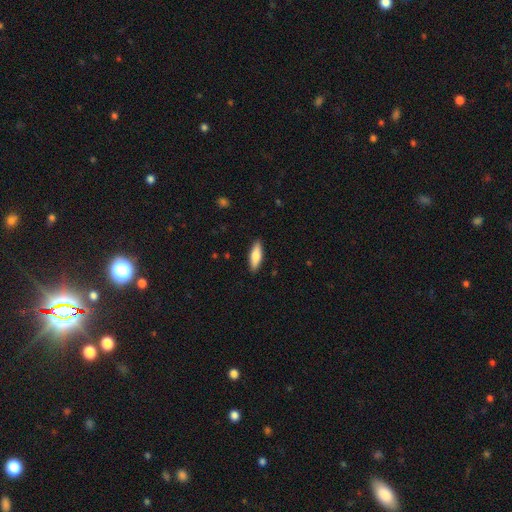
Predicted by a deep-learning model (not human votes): Overall: smooth (75%). How rounded: in between (53%; cigar-shaped 45%). Merging: none (89%).